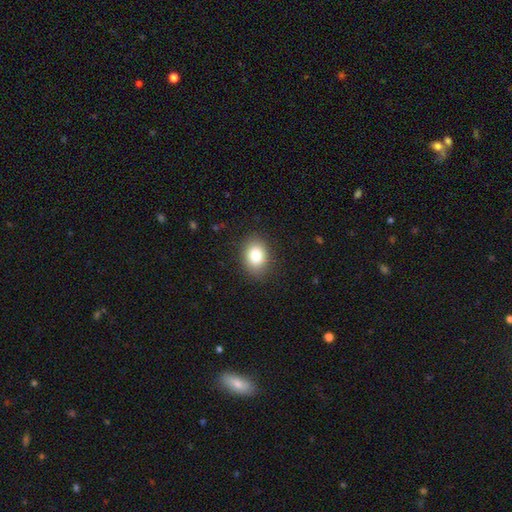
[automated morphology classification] Smooth or featured? Predicted: smooth (p=0.84). How rounded? Predicted: in between (p=0.63). Merging? Predicted: none (p=0.86).